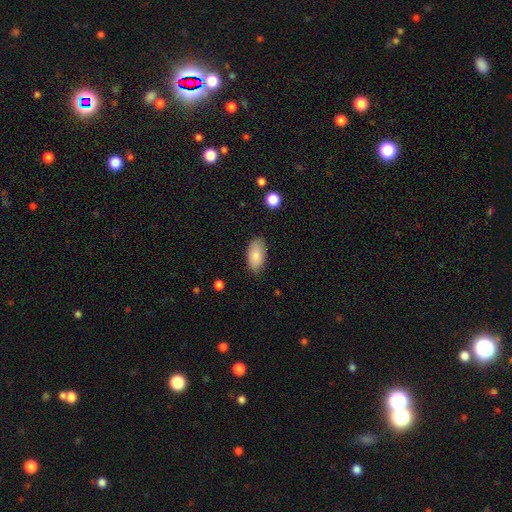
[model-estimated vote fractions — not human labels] Smooth or featured?
  - smooth: 85% *
  - featured or disk: 8%
  - star or artifact: 7%
How rounded?
  - in between: 94% *
  - round: 3%
  - cigar-shaped: 3%
Merging?
  - none: 83% *
  - minor disturbance: 13%
  - major disturbance: 3%
  - merger: 1%